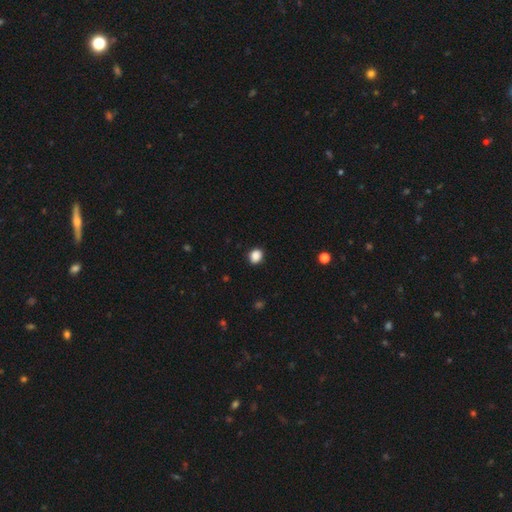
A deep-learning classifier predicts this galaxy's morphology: The model was most divided on "how rounded": round: 58%, in between: 41%, cigar-shaped: 1%. More confident: merging — none (88%); smooth or featured — smooth (88%).